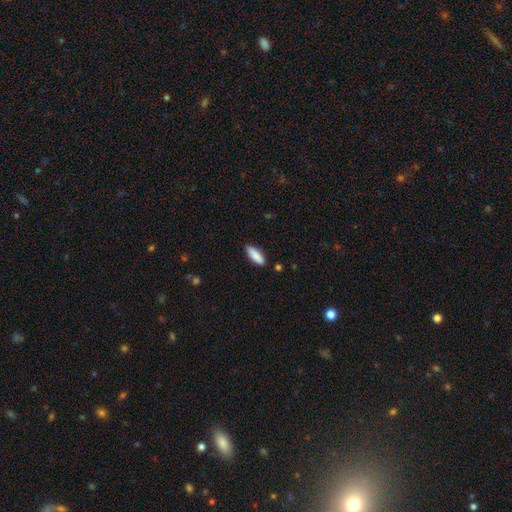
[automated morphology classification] Smooth or featured? Predicted: smooth (p=0.87). How rounded? Predicted: in between (p=0.57). Merging? Predicted: none (p=0.87).